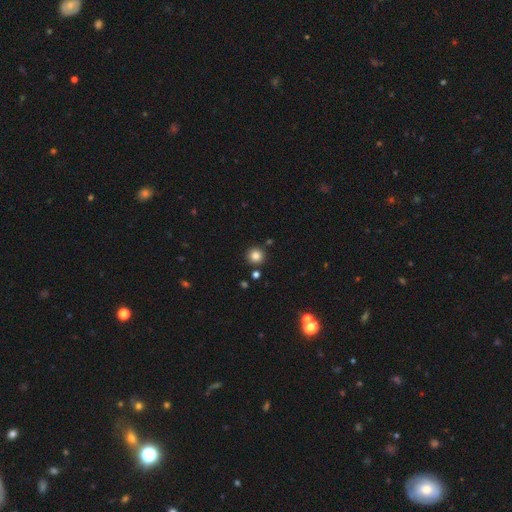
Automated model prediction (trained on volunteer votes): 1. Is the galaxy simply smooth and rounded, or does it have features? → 83% smooth, 12% star or artifact, 5% featured or disk.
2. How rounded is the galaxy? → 95% round, 4% in between, 1% cigar-shaped.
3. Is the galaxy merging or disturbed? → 87% none, 6% minor disturbance, 5% merger, 2% major disturbance.